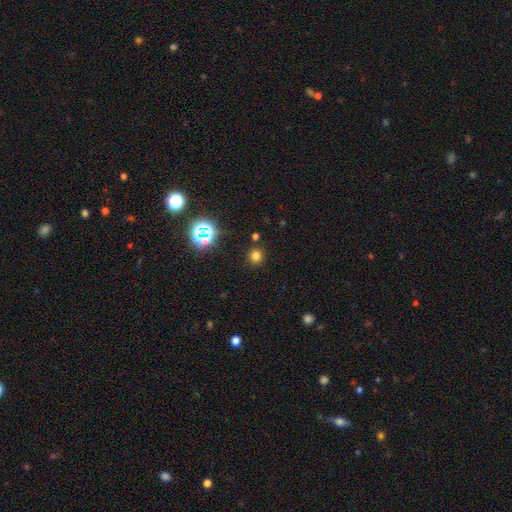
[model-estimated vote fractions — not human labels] A smooth galaxy with no disk features (72%) that is round (85%). Merging: none (86%).